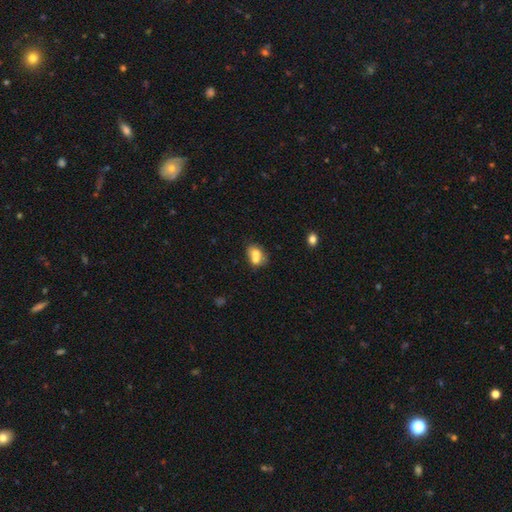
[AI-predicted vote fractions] Smooth or featured? smooth (67%)
How rounded? in between (55%)
Merging? merger (61%)